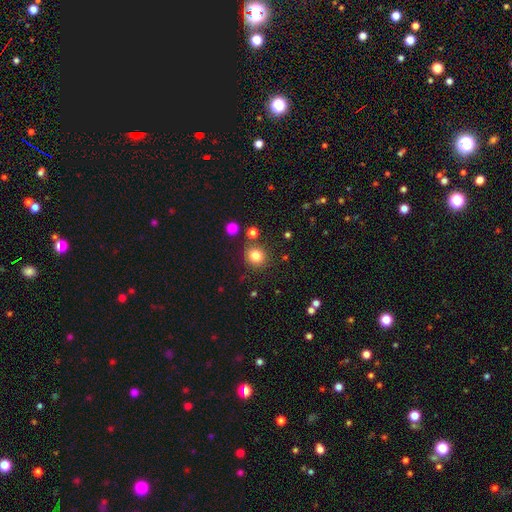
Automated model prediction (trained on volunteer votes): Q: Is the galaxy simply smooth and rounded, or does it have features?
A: smooth — 81%.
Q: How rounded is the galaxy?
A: round — 86%.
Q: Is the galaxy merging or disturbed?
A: none — 83%.